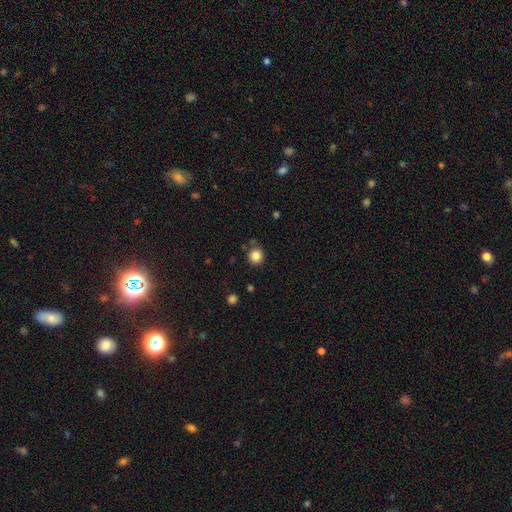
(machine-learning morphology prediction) This is clearly a smooth galaxy (85%). How rounded: clearly round (91%). Merging: clearly none (84%).